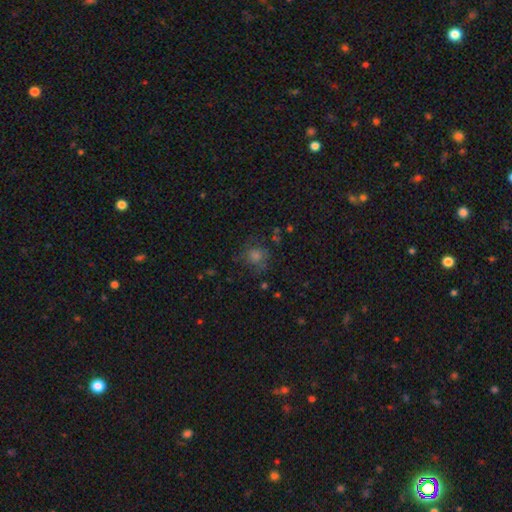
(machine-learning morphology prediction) Smooth or featured: smooth — 52% (star or artifact — 28%)
How rounded: round — 84% (in between — 15%)
Merging: none — 70% (minor disturbance — 17%)